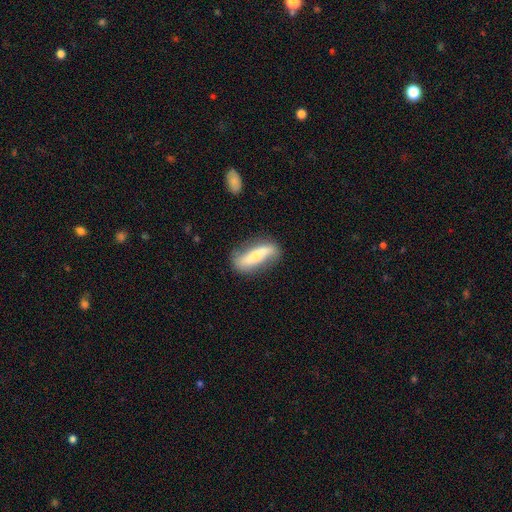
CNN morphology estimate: Overall: featured or disk (51%; smooth 44%). Edge-on disk: no (55%; yes 45%). Merging: none (77%).